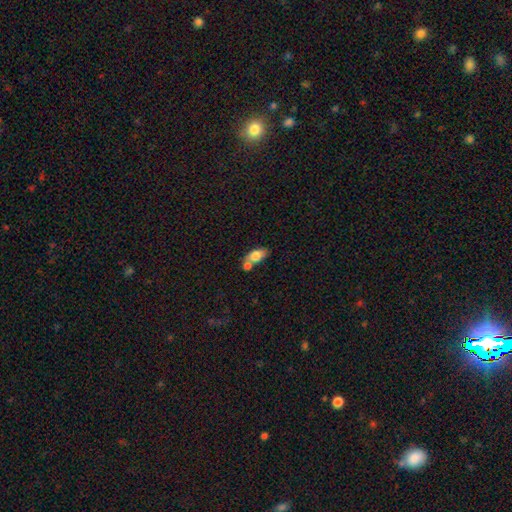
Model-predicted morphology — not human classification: Smooth or featured? Predicted: smooth (p=0.77). How rounded? Predicted: in between (p=0.86). Merging? Predicted: merger (p=0.41).